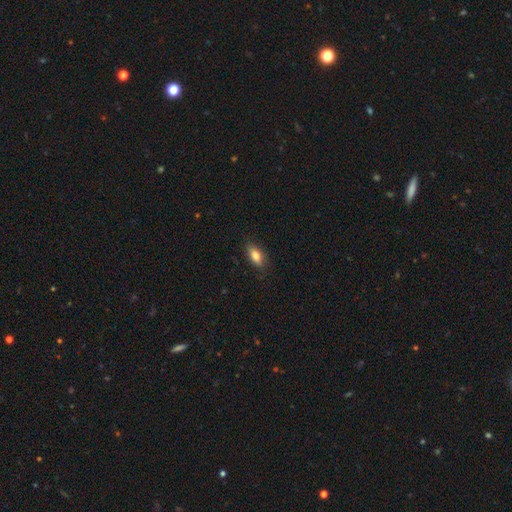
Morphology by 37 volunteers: smooth 76%, featured or disk 16%, star or artifact 8%. Down the decision tree: how rounded — in between (71%); merging — none (76%).